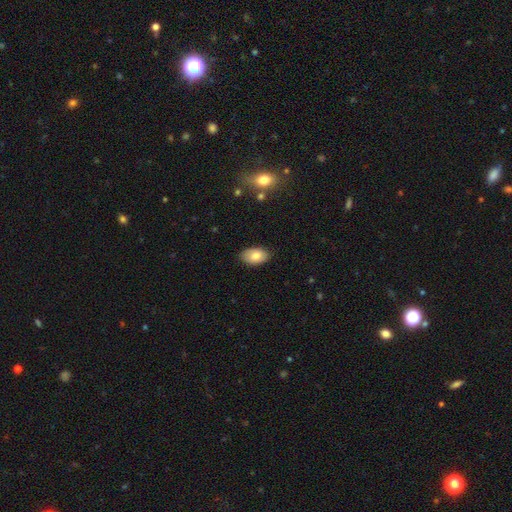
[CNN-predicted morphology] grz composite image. It shows a smooth galaxy with no disk features (79%) that is in between round and cigar-shaped (92%). Merging: none (83%).